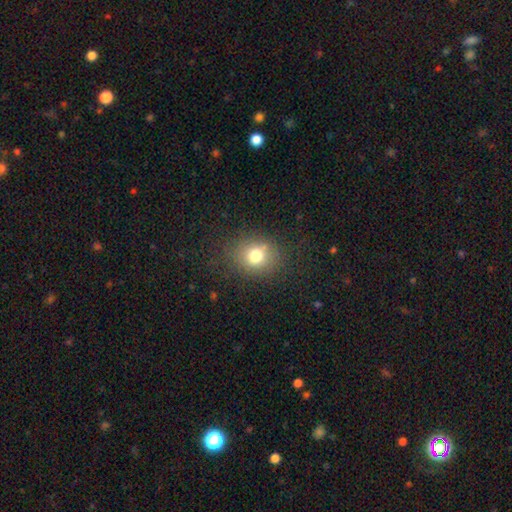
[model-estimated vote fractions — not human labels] smooth_or_featured: smooth (p=0.75) [alt: star or artifact p=0.14]
how_rounded: round (p=0.65) [alt: in between p=0.34]
merging: none (p=0.79) [alt: minor disturbance p=0.13]